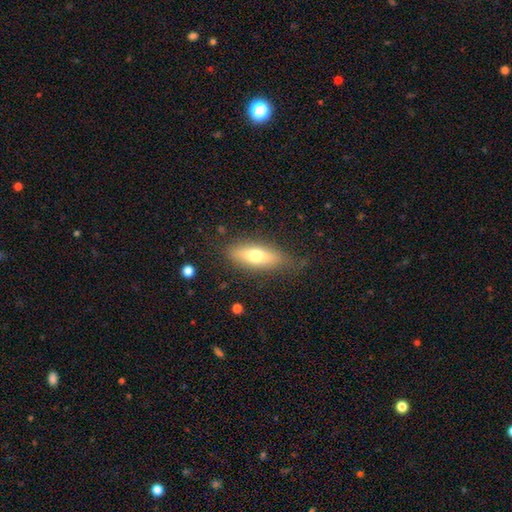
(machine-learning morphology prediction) A smooth galaxy with no disk features (67%) that is in between round and cigar-shaped (65%). Merging: none (76%).